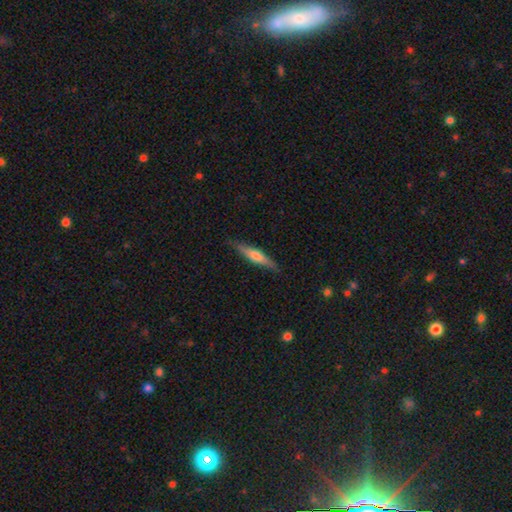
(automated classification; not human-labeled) A smooth galaxy with no disk features (51%) that is cigar-shaped (86%).

Vote fractions:
- Smooth or featured? smooth: 51% / featured or disk: 43% / star or artifact: 6%
- How rounded? cigar-shaped: 86% / in between: 12% / round: 2%
- Merging? none: 86% / minor disturbance: 11% / major disturbance: 2% / merger: 1%